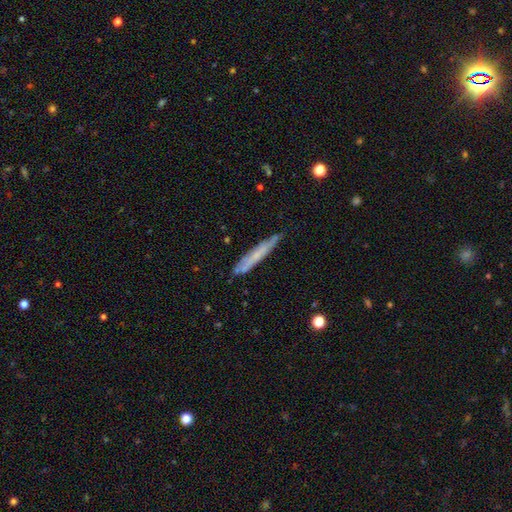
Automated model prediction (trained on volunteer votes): smooth_or_featured: smooth (p=0.49) [alt: featured or disk p=0.44]
merging: none (p=0.76) [alt: minor disturbance p=0.19]